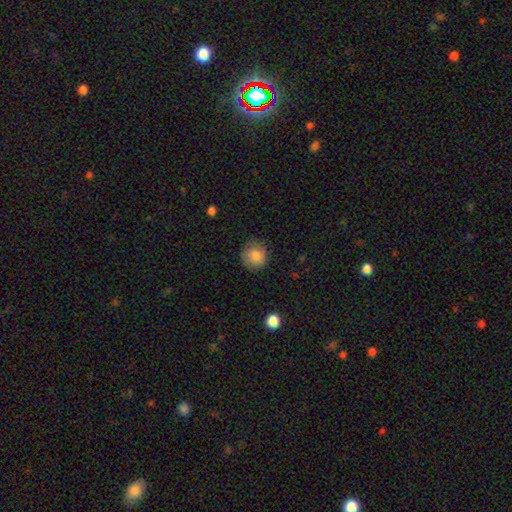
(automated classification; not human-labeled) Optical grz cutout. It shows a smooth galaxy with no disk features (83%) that is round (90%). Merging: none (80%).